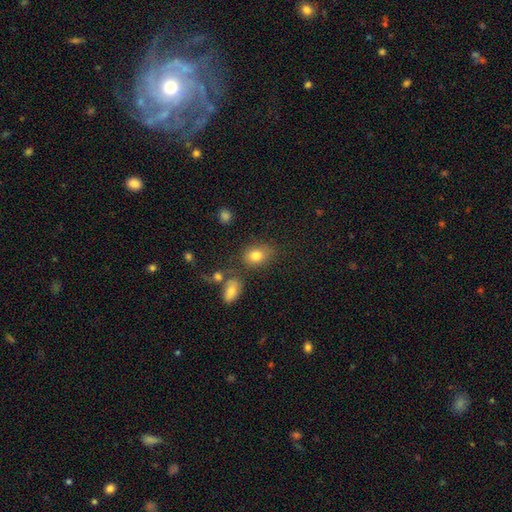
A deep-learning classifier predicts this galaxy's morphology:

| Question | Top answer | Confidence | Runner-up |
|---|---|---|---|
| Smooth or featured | smooth | 80% | star or artifact (11%) |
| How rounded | in between | 65% | round (33%) |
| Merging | none | 67% | minor disturbance (17%) |